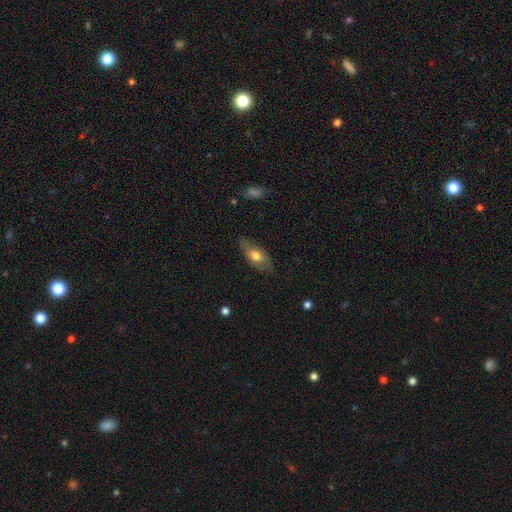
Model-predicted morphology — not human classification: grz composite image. It shows a smooth galaxy with no disk features (63%) that is in between round and cigar-shaped (85%). Merging: none (77%).